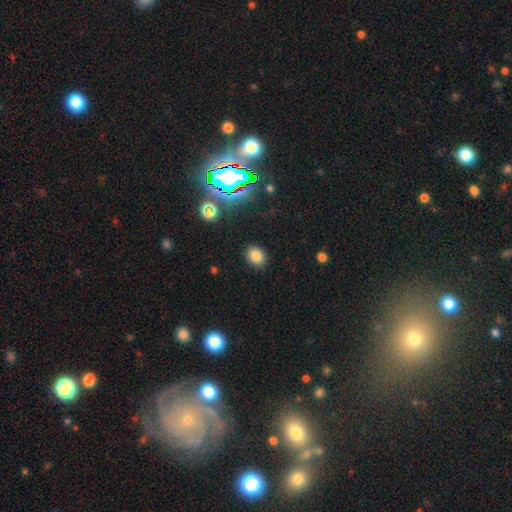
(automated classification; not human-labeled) Smooth or featured? smooth (80%)
How rounded? in between (61%)
Merging? none (86%)